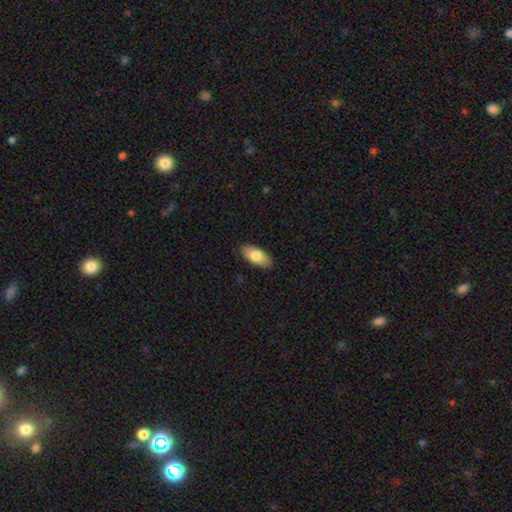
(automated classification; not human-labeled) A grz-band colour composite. It shows a smooth galaxy with no disk features (77%) that is in between round and cigar-shaped (89%). Merging: none (88%).